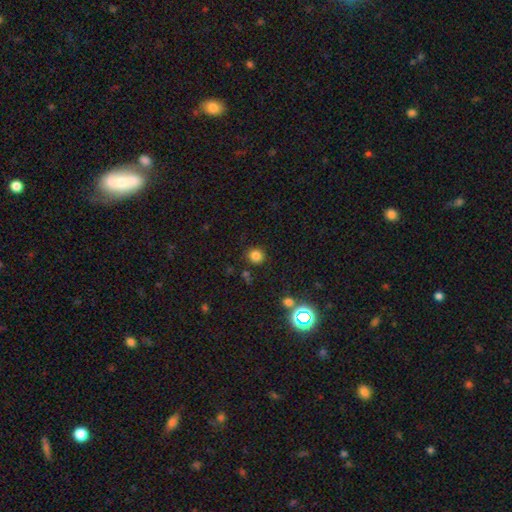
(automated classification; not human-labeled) Q: Smooth or featured?
A: smooth (81%); runner-up: star or artifact (15%)
Q: How rounded?
A: round (91%); runner-up: in between (8%)
Q: Merging?
A: none (87%); runner-up: minor disturbance (7%)